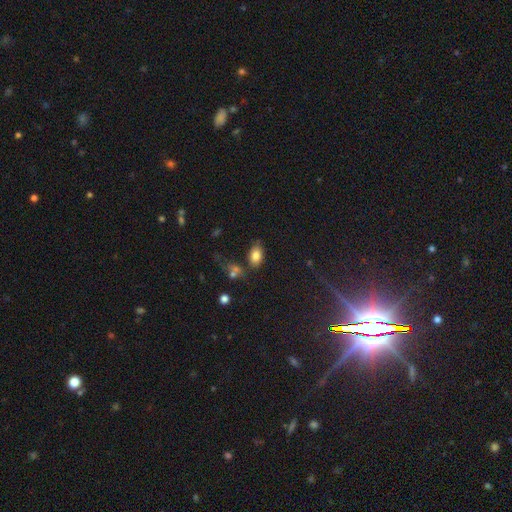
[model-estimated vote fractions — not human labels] Smooth or featured? Predicted: smooth (p=0.82). How rounded? Predicted: in between (p=0.88). Merging? Predicted: none (p=0.70).